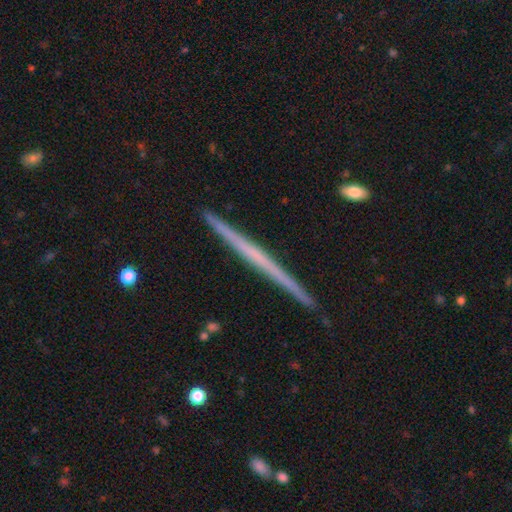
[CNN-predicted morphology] Smooth or featured: featured or disk — 66% (smooth — 28%)
Edge-on disk: yes — 98% (no — 2%)
Edge-on bulge: none — 88% (rounded — 8%)
Merging: none — 92% (minor disturbance — 6%)